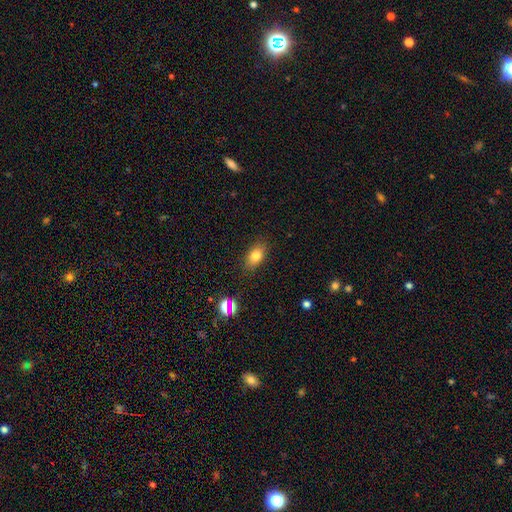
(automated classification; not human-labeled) Smooth or featured?
  - smooth: 77% *
  - star or artifact: 12%
  - featured or disk: 11%
How rounded?
  - in between: 83% *
  - round: 13%
  - cigar-shaped: 4%
Merging?
  - none: 85% *
  - minor disturbance: 11%
  - major disturbance: 3%
  - merger: 2%